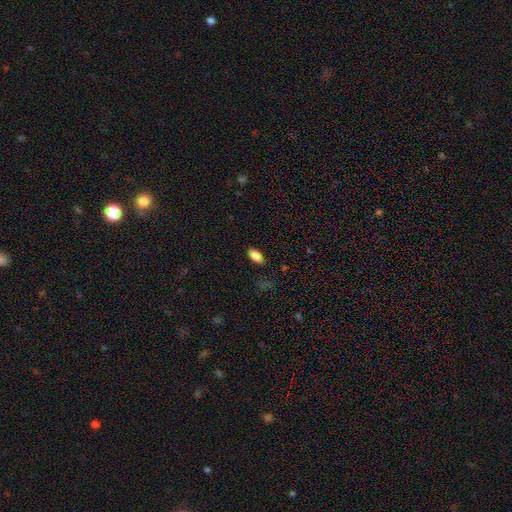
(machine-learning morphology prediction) type=smooth (86%); roundness=in between (92%); merging=none (86%).